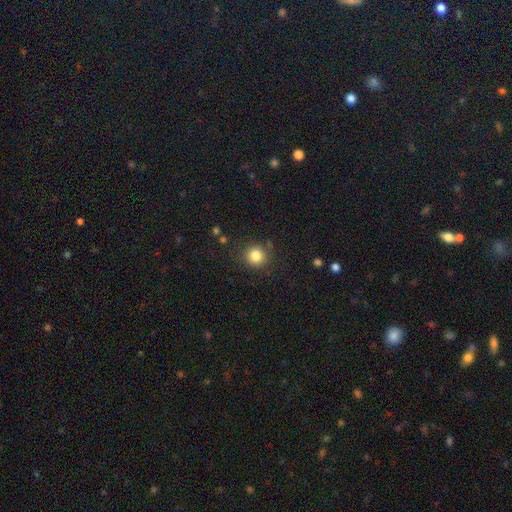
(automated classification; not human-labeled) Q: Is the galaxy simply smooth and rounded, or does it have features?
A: smooth — 82%.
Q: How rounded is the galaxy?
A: round — 92%.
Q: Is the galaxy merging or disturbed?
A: none — 85%.